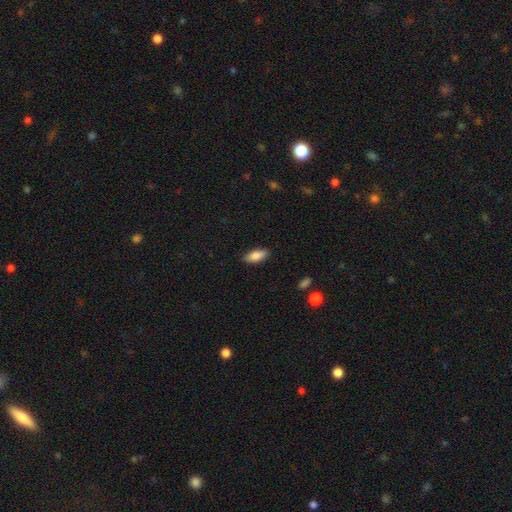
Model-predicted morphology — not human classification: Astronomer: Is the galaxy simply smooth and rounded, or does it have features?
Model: smooth — 83%.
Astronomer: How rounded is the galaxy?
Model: in between — 82%.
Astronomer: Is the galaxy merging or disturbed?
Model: none — 87%.